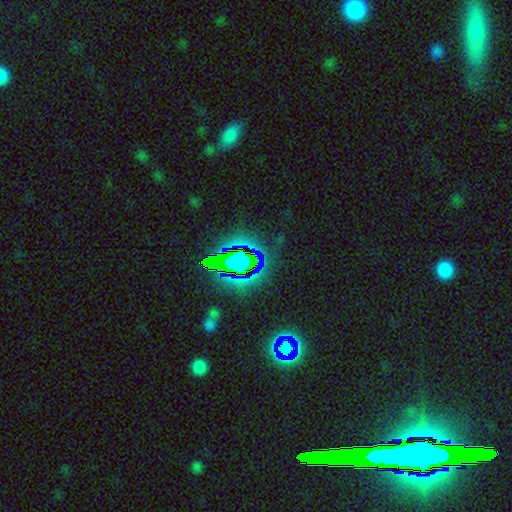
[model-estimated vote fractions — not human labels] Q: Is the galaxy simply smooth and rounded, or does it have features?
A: star or artifact — 70%.